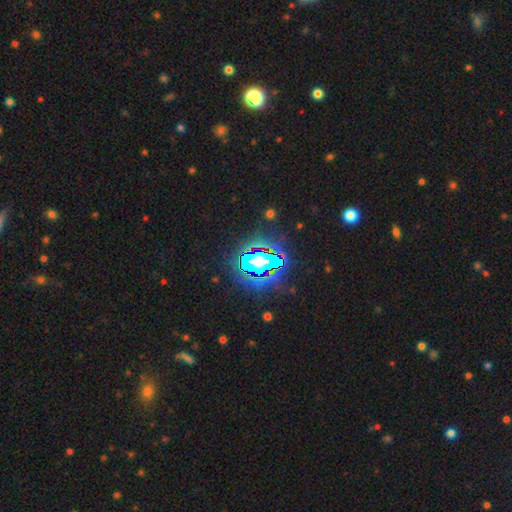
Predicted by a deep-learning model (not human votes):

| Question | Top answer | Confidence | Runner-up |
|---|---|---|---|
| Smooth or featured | star or artifact | 83% | smooth (10%) |